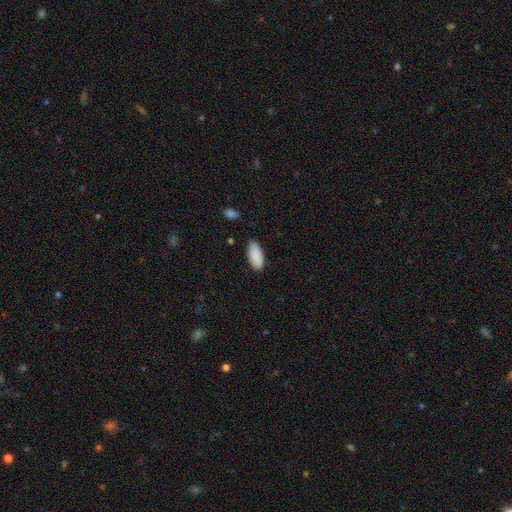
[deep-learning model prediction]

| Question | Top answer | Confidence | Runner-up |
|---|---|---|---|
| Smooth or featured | smooth | 90% | star or artifact (6%) |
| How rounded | in between | 87% | cigar-shaped (11%) |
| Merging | none | 83% | minor disturbance (13%) |